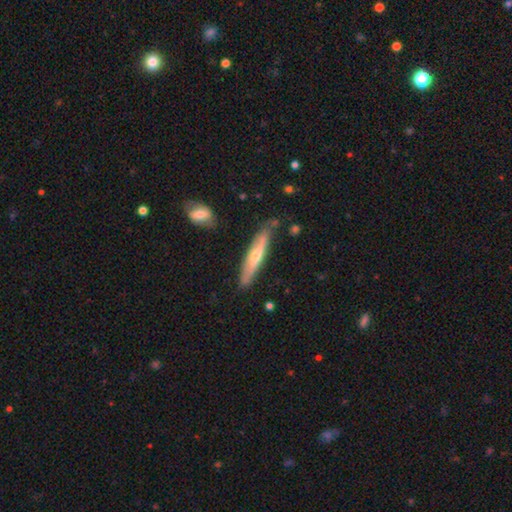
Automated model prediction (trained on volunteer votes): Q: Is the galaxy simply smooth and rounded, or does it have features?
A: featured or disk — 55%.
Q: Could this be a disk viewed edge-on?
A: yes — 84%.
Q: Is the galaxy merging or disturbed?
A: none — 80%.